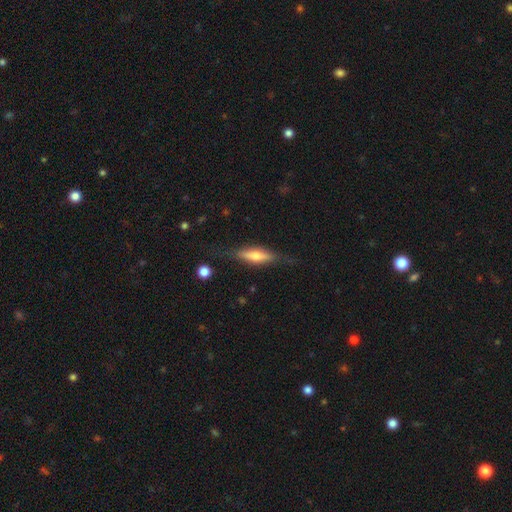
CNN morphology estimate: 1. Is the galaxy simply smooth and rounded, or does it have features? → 53% featured or disk, 40% smooth, 7% star or artifact.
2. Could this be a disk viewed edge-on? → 92% yes, 8% no.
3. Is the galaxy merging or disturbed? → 76% none, 17% minor disturbance, 6% major disturbance, 2% merger.